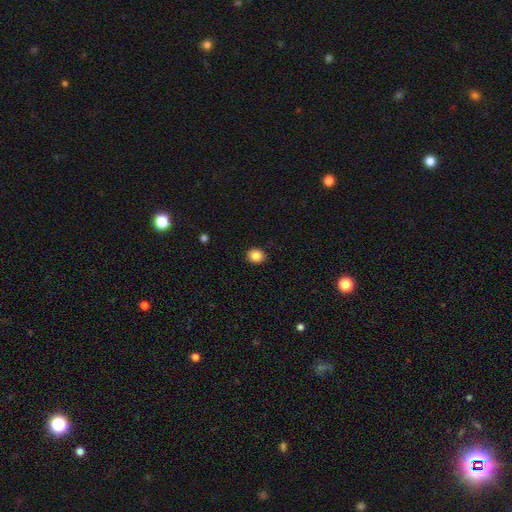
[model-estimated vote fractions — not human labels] smooth_or_featured: smooth (p=0.85) [alt: star or artifact p=0.10]
how_rounded: round (p=0.71) [alt: in between p=0.29]
merging: none (p=0.91) [alt: minor disturbance p=0.06]